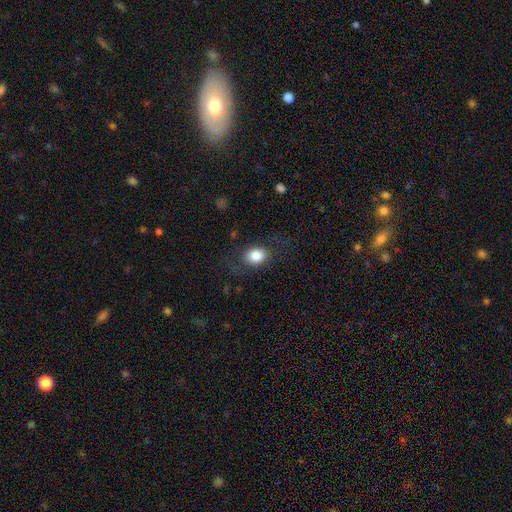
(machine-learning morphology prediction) This appears to be a smooth galaxy with no disk features (82%) that is in between round and cigar-shaped (68%). Merging: none (74%).